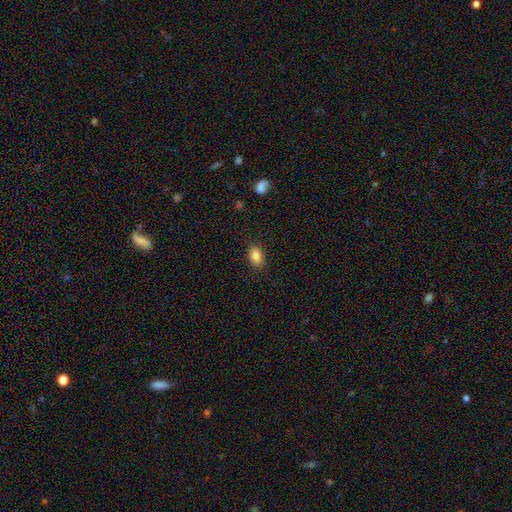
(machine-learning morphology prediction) Smooth or featured? Predicted: smooth (p=0.86). How rounded? Predicted: in between (p=0.85). Merging? Predicted: none (p=0.83).